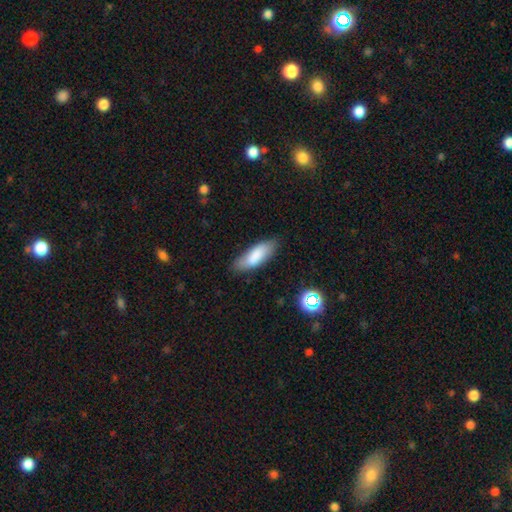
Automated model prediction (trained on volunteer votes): Smooth or featured: smooth — 82% (featured or disk — 11%)
How rounded: in between — 67% (cigar-shaped — 31%)
Merging: none — 80% (minor disturbance — 16%)